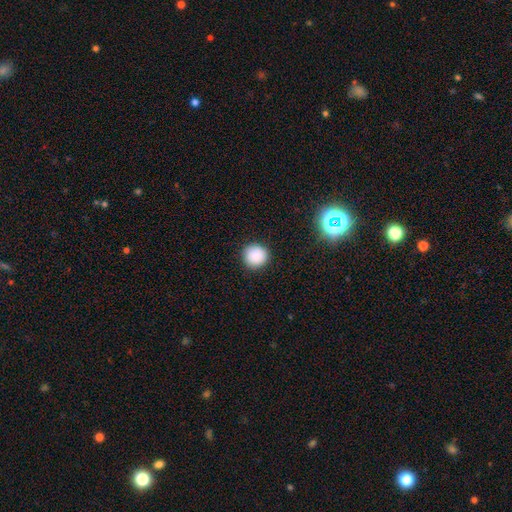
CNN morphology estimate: A smooth galaxy with no disk features (88%) that is round (94%). Merging: none (90%).